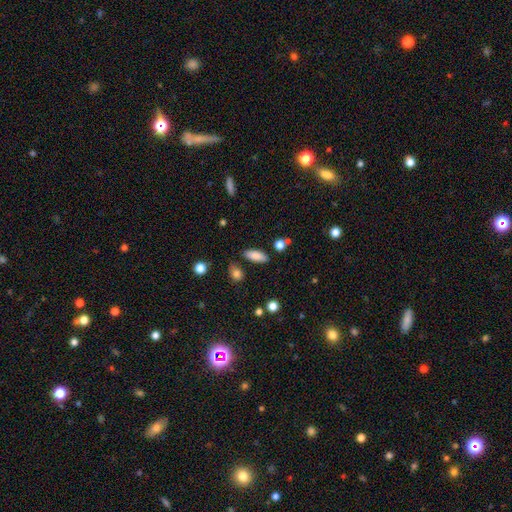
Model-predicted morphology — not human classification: The model was most divided on "how rounded": in between: 75%, cigar-shaped: 22%, round: 3%. More confident: smooth or featured — smooth (84%); merging — none (80%).